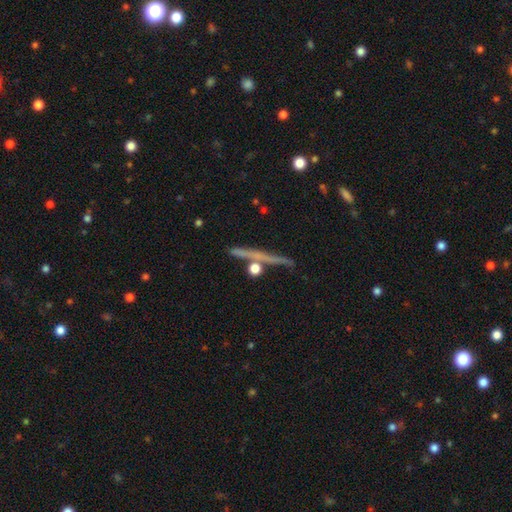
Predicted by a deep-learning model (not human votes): This is likely a featured or disk galaxy (65%). It is clearly viewed edge-on (96%). Edge-on bulge: possibly none (53%). Merging: clearly none (82%).